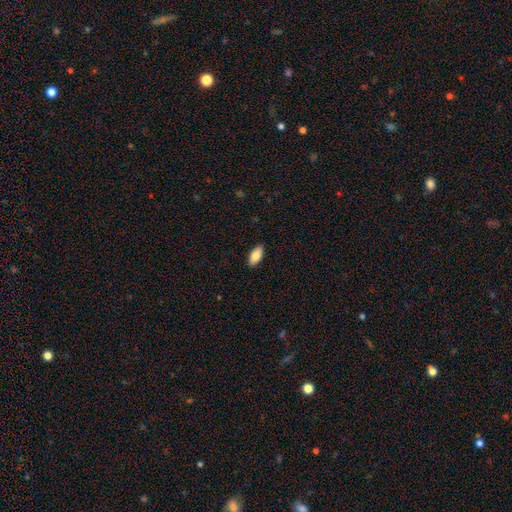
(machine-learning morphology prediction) Smooth or featured?
  - smooth: 84% *
  - featured or disk: 9%
  - star or artifact: 6%
How rounded?
  - in between: 91% *
  - cigar-shaped: 7%
  - round: 2%
Merging?
  - none: 90% *
  - minor disturbance: 8%
  - major disturbance: 2%
  - merger: 1%